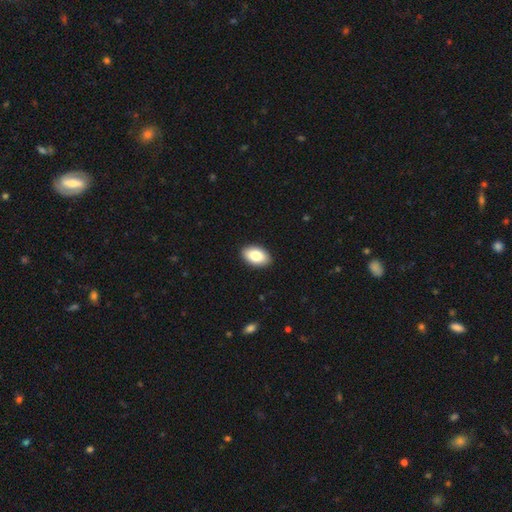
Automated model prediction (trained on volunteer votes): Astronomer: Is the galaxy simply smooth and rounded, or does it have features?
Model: smooth — 83%.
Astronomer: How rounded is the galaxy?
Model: in between — 93%.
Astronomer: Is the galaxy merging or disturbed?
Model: none — 91%.